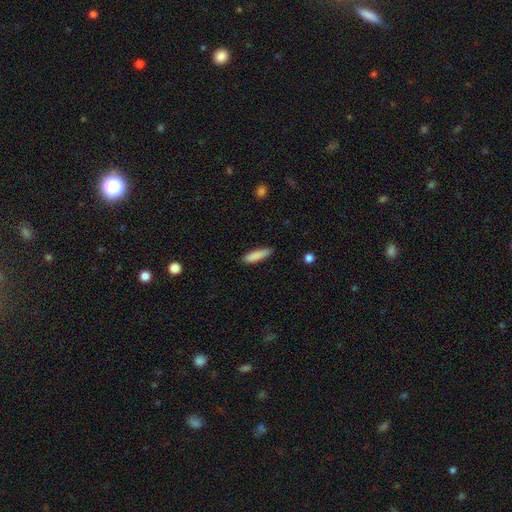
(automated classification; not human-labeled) Overall: smooth (87%). How rounded: cigar-shaped (71%). Merging: none (85%).